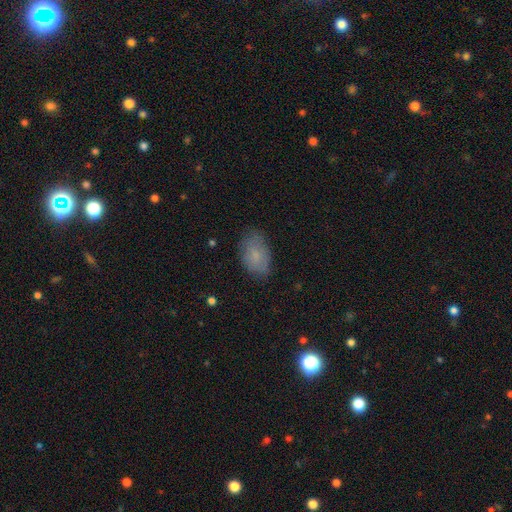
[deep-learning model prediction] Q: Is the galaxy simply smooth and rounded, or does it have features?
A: smooth — 78%.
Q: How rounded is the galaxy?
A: in between — 90%.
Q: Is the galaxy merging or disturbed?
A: none — 74%.